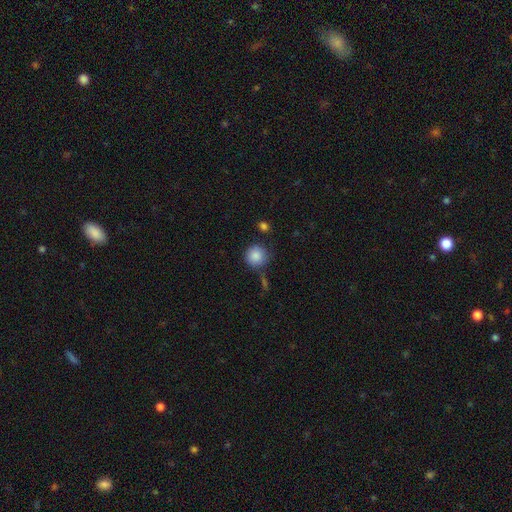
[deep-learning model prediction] smooth 87%, star or artifact 8%, featured or disk 5%. Down the decision tree: how rounded — round (93%); merging — none (73%).